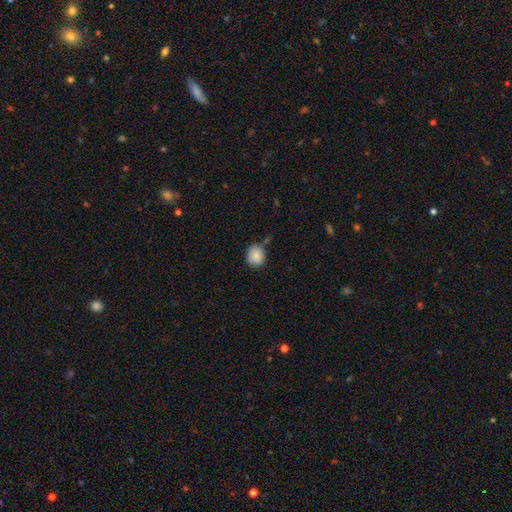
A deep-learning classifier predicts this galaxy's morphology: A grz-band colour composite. It shows a smooth galaxy with no disk features (87%) that is round (74%). Merging: none (72%).